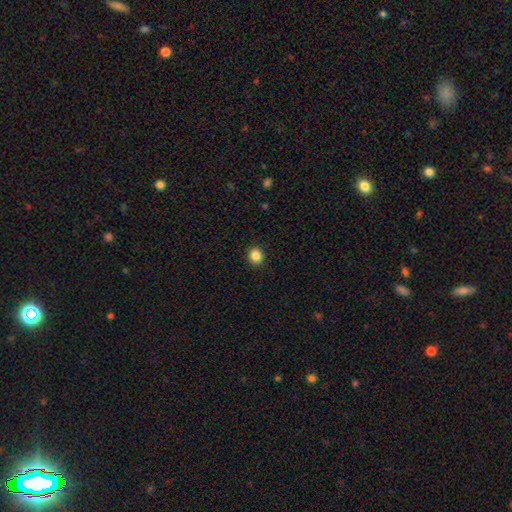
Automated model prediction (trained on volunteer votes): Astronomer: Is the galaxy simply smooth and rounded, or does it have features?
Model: smooth — 86%.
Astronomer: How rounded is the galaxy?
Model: round — 87%.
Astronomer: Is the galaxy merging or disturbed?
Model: none — 92%.